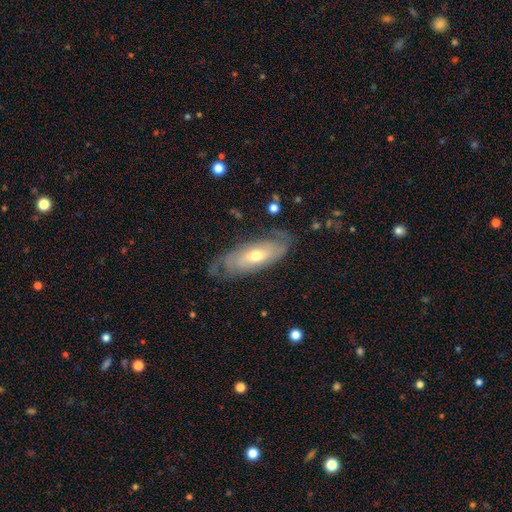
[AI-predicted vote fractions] A featured or disk galaxy (63%) with no bar (69%), spiral arms (71%) and a moderate central bulge (64%). Merging: none (67%).